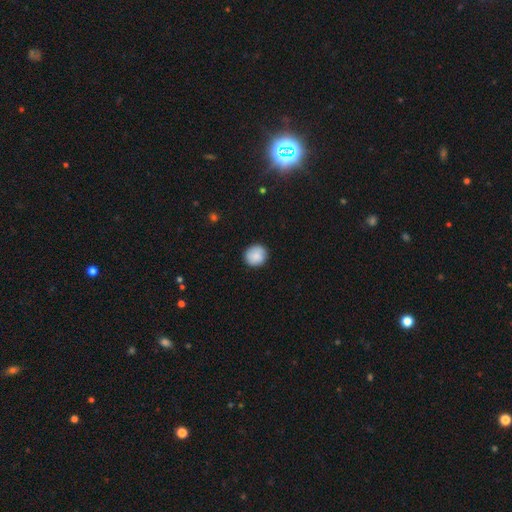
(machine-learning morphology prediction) This appears to be a smooth galaxy with no disk features (85%) that is round (90%). Merging: none (87%).